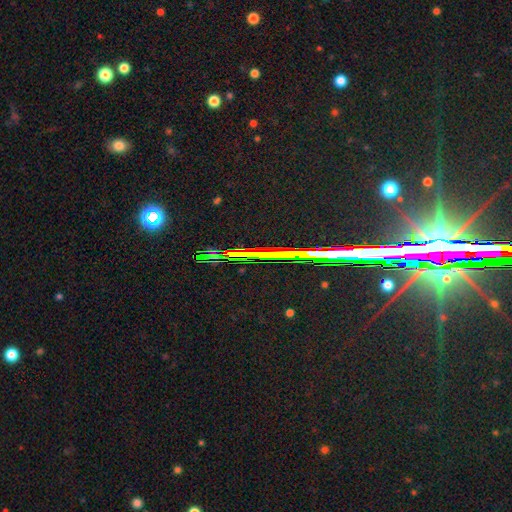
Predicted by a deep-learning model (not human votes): Smooth or featured? star or artifact (73%)